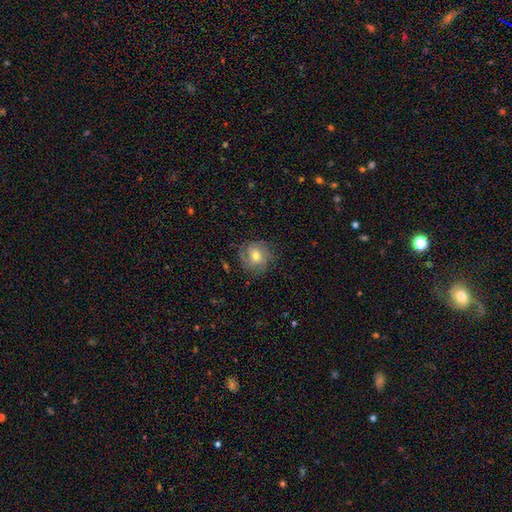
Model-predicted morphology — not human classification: Smooth or featured?
  - featured or disk: 51% *
  - smooth: 40%
  - star or artifact: 9%
Edge-on disk?
  - no: 96% *
  - yes: 4%
Merging?
  - none: 72% *
  - minor disturbance: 18%
  - major disturbance: 8%
  - merger: 1%